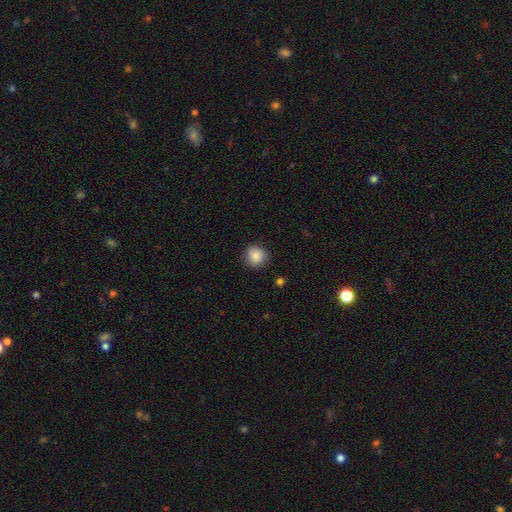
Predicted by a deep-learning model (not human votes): Morphology: type=smooth (87%); roundness=round (91%); merging=none (87%).